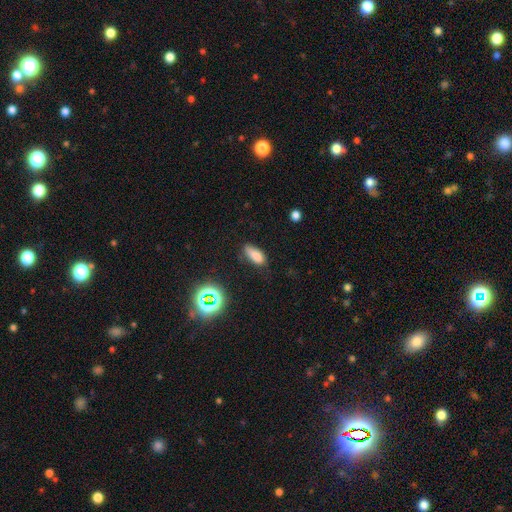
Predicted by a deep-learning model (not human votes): A smooth galaxy with no disk features (78%) that is in between round and cigar-shaped (79%). Merging: none (65%).